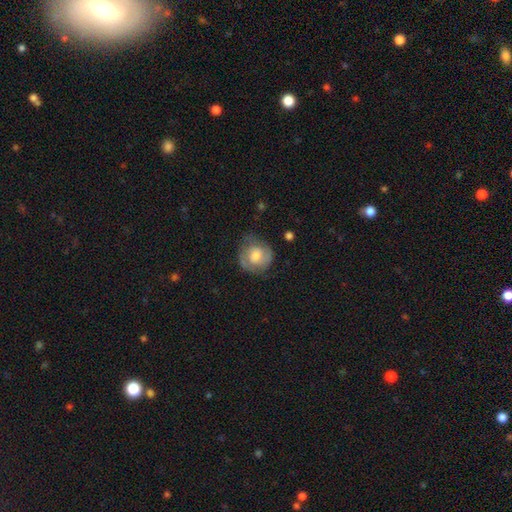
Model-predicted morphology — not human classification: smooth-or-featured: featured or disk: 55% | smooth: 38% | star or artifact: 7%
  disk-edge-on: no: 97% | yes: 3%
    bar: no: 69% | weak: 27% | strong: 4%
    has-spiral-arms: yes: 81% | no: 19%
    bulge-size: moderate: 54% | small: 21% | large: 19% | none: 4% | dominant: 2%
  merging: none: 67% | minor disturbance: 22% | major disturbance: 9% | merger: 1%